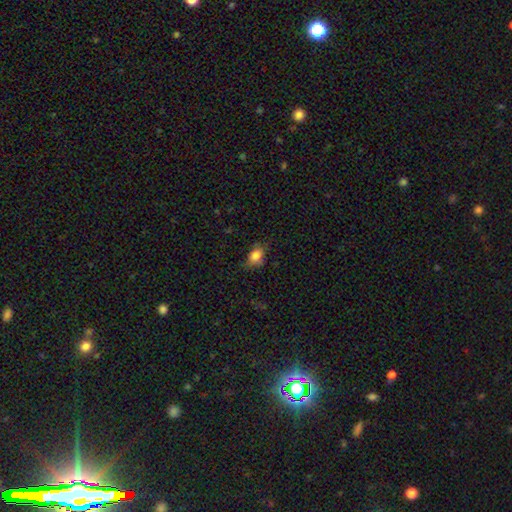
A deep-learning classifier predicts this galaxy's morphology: The model was most divided on "merging": none: 64%, minor disturbance: 26%, major disturbance: 8%, merger: 2%. More confident: smooth or featured — smooth (83%); how rounded — in between (80%).